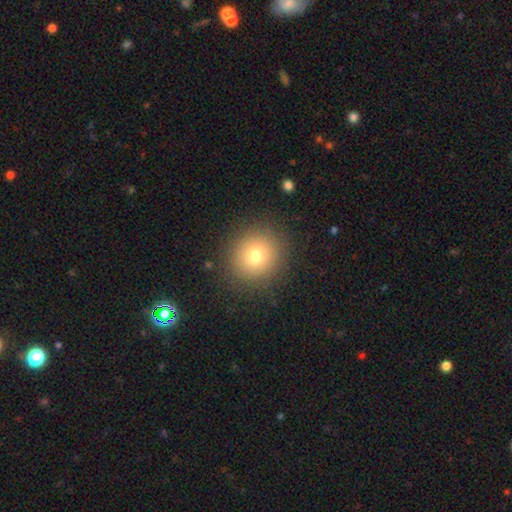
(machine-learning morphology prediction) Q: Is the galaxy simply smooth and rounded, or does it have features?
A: smooth — 75%.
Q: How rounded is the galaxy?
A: round — 90%.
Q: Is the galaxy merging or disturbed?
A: none — 89%.